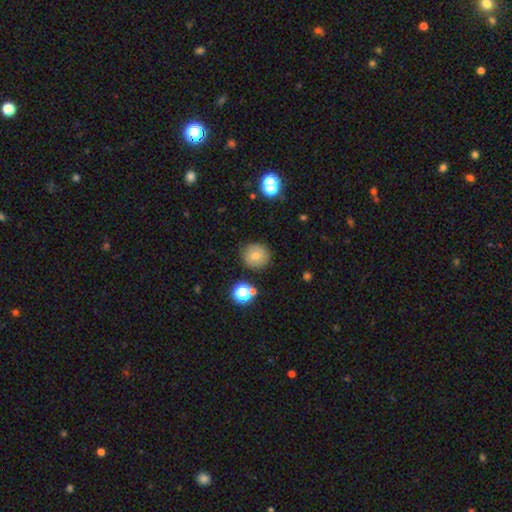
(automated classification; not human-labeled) This appears to be a smooth galaxy with no disk features (79%) that is round (91%). Merging: none (86%).